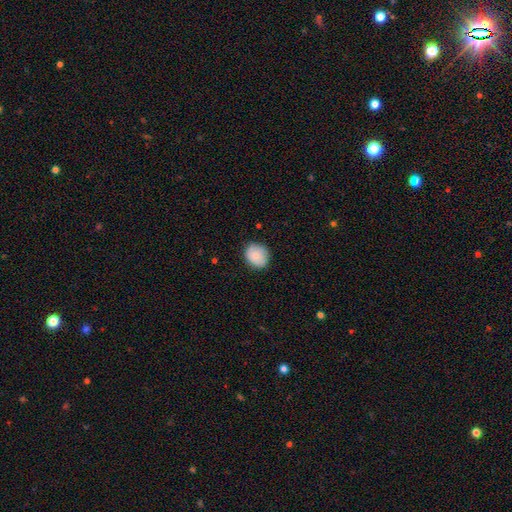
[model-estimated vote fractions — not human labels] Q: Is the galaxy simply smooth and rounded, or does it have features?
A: smooth — 84%.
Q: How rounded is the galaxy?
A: round — 73%.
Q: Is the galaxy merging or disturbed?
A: none — 81%.